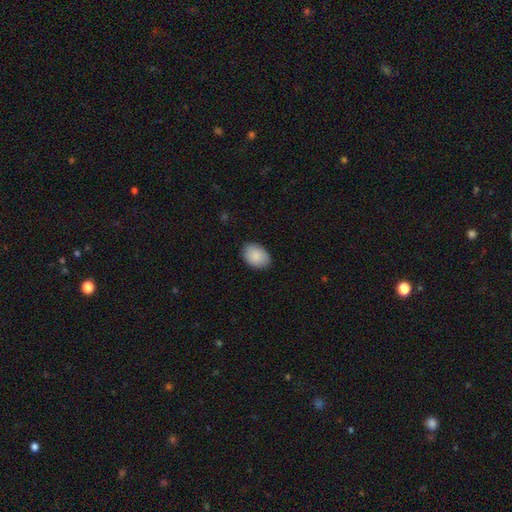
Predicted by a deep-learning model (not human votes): smooth-or-featured: smooth: 89% | star or artifact: 6% | featured or disk: 5%
  how-rounded: in between: 83% | round: 16% | cigar-shaped: 1%
  merging: none: 86% | minor disturbance: 11% | major disturbance: 2% | merger: 1%